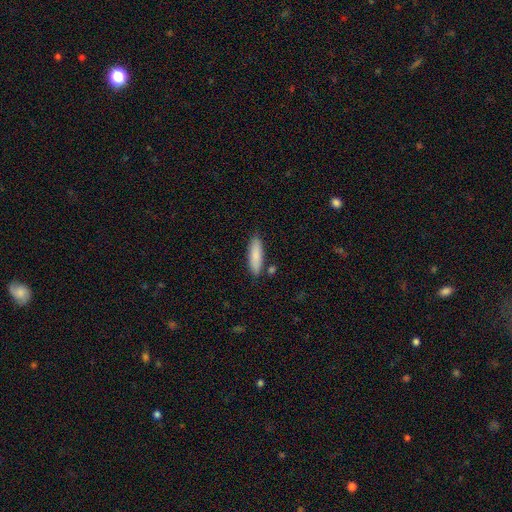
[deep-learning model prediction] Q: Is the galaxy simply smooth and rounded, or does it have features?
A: smooth — 85%.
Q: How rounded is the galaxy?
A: cigar-shaped — 61%.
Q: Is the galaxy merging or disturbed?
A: none — 83%.